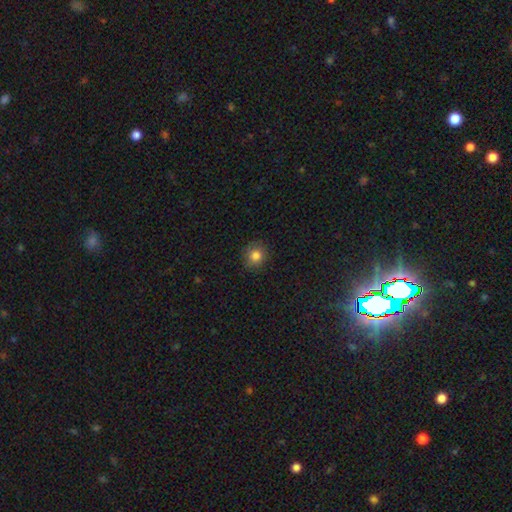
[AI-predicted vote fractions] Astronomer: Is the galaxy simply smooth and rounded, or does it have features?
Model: smooth — 82%.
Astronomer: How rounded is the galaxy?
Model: round — 87%.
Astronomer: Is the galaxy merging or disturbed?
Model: none — 87%.